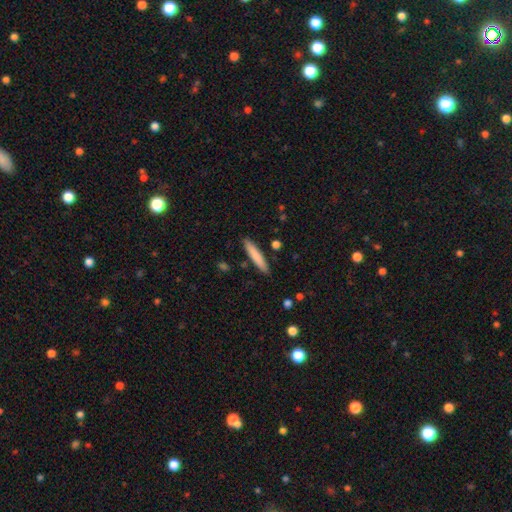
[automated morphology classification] Smooth or featured? smooth (81%)
How rounded? cigar-shaped (91%)
Merging? none (88%)